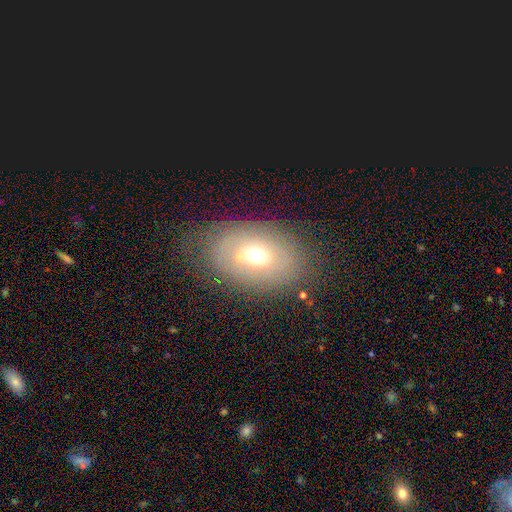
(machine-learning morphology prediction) Smooth or featured?
  - smooth: 53% *
  - featured or disk: 36%
  - star or artifact: 12%
How rounded?
  - in between: 81% *
  - round: 18%
  - cigar-shaped: 1%
Merging?
  - none: 71% *
  - minor disturbance: 18%
  - major disturbance: 9%
  - merger: 2%